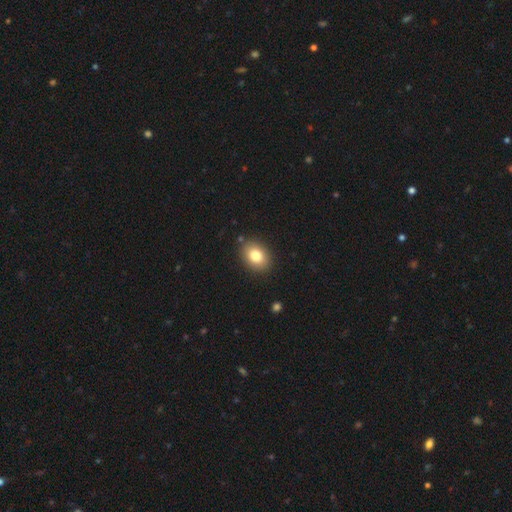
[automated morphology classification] Q: Smooth or featured?
A: smooth (81%); runner-up: featured or disk (10%)
Q: How rounded?
A: in between (65%); runner-up: round (34%)
Q: Merging?
A: none (88%); runner-up: minor disturbance (8%)